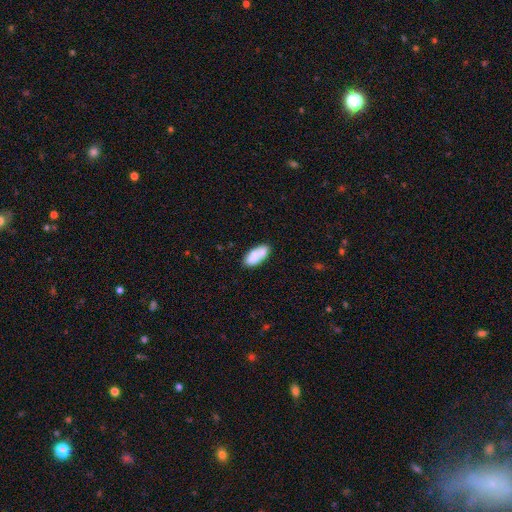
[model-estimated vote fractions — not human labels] smooth_or_featured: smooth (p=0.71) [alt: featured or disk p=0.22]
how_rounded: in between (p=0.85) [alt: cigar-shaped p=0.11]
merging: none (p=0.54) [alt: merger p=0.24]